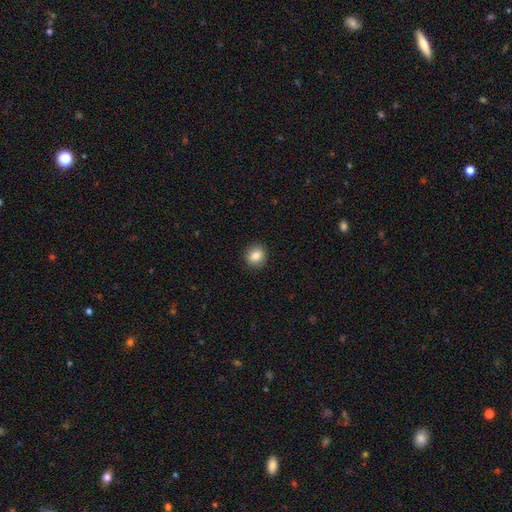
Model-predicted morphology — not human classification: type=smooth (85%); roundness=round (79%); merging=none (91%).